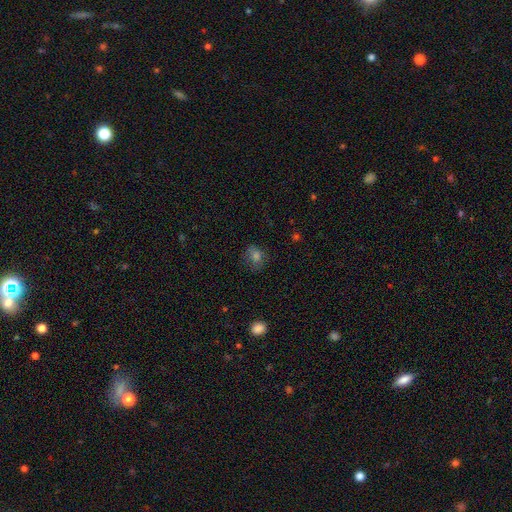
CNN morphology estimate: Smooth or featured?
  - smooth: 69% *
  - star or artifact: 17%
  - featured or disk: 14%
How rounded?
  - round: 61% *
  - in between: 38%
  - cigar-shaped: 1%
Merging?
  - none: 69% *
  - minor disturbance: 21%
  - major disturbance: 9%
  - merger: 2%